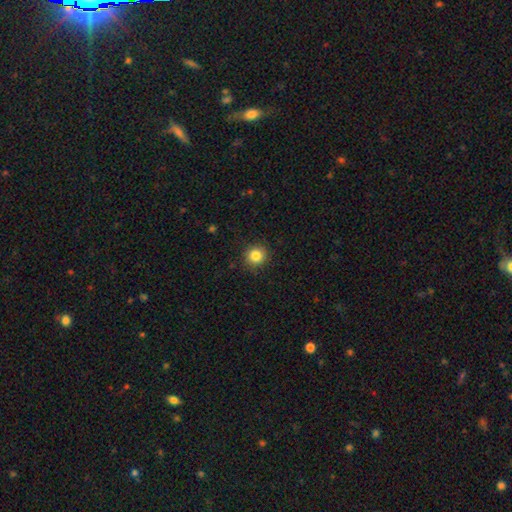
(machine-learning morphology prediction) smooth_or_featured: smooth (p=0.85) [alt: star or artifact p=0.11]
how_rounded: round (p=0.91) [alt: in between p=0.08]
merging: none (p=0.88) [alt: minor disturbance p=0.08]